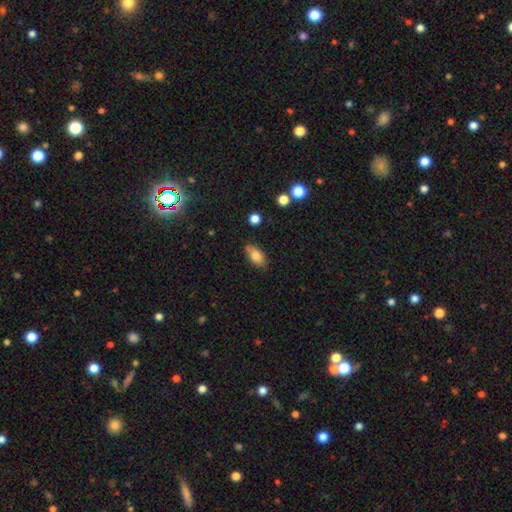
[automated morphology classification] A smooth galaxy with no disk features (80%) that is in between round and cigar-shaped (90%).

Vote fractions:
- Smooth or featured? smooth: 80% / featured or disk: 12% / star or artifact: 8%
- How rounded? in between: 90% / cigar-shaped: 5% / round: 5%
- Merging? none: 79% / minor disturbance: 16% / major disturbance: 3% / merger: 2%